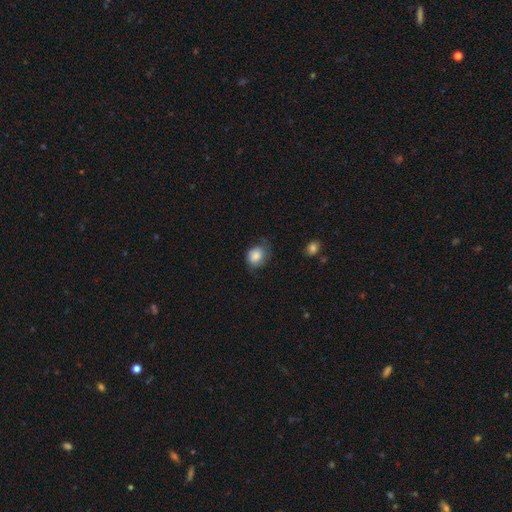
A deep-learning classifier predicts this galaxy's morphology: type=smooth (82%); roundness=round (58%); merging=none (53%).